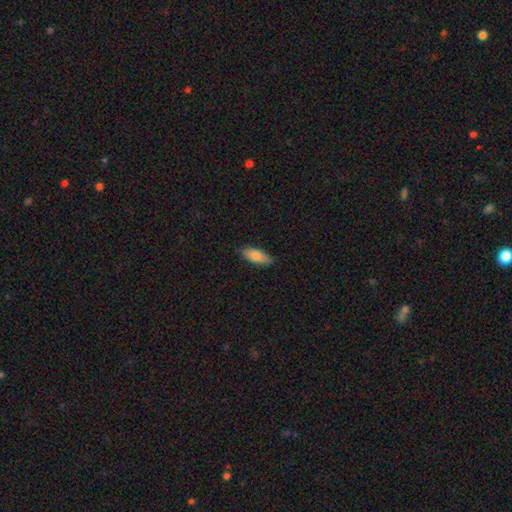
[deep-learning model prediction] A smooth galaxy with no disk features (83%) that is in between round and cigar-shaped (73%).

Vote fractions:
- Smooth or featured? smooth: 83% / featured or disk: 11% / star or artifact: 6%
- How rounded? in between: 73% / cigar-shaped: 25% / round: 2%
- Merging? none: 85% / minor disturbance: 12% / major disturbance: 2% / merger: 1%